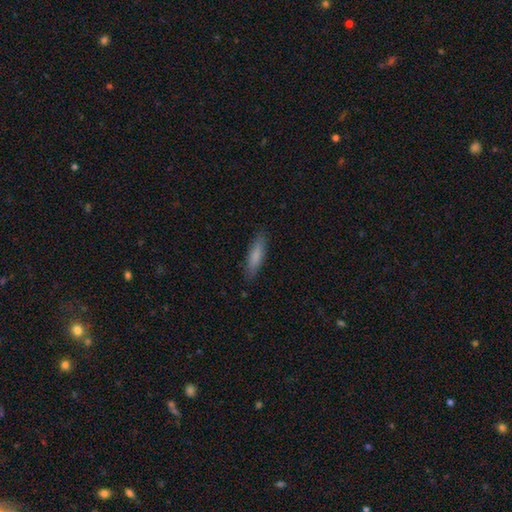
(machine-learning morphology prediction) Overall: smooth (80%). How rounded: cigar-shaped (71%). Merging: none (87%).